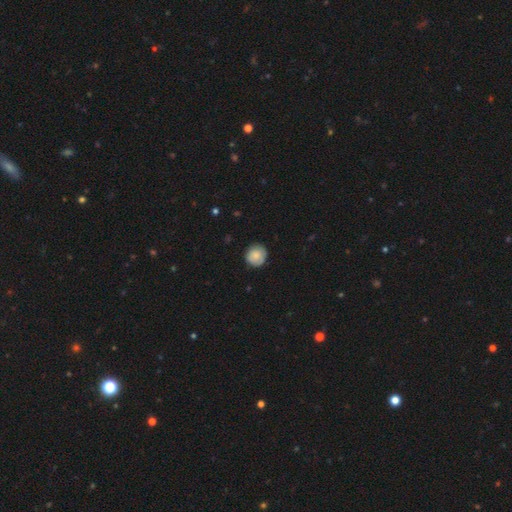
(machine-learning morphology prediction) smooth-or-featured: smooth: 76% | featured or disk: 17% | star or artifact: 7%
  how-rounded: round: 90% | in between: 9% | cigar-shaped: 1%
  merging: none: 83% | minor disturbance: 14% | major disturbance: 3% | merger: 1%